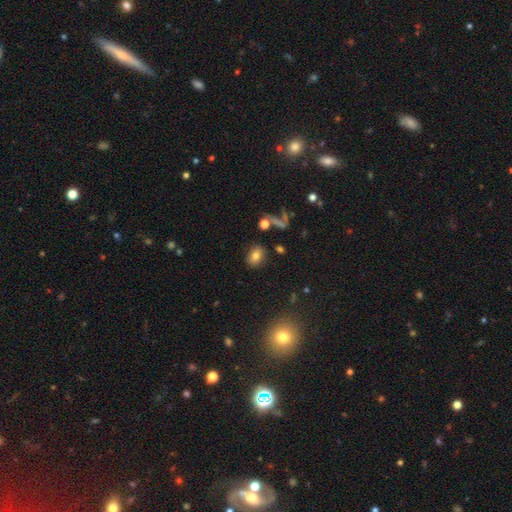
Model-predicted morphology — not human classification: Smooth or featured? Predicted: smooth (p=0.74). How rounded? Predicted: in between (p=0.60). Merging? Predicted: none (p=0.82).